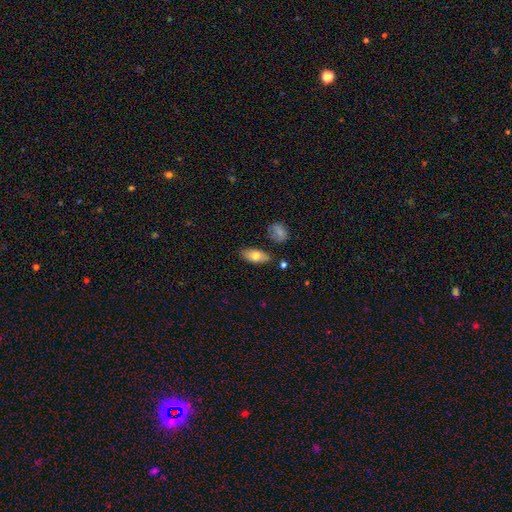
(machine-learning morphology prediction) type=smooth (74%); roundness=in between (88%); merging=none (78%).